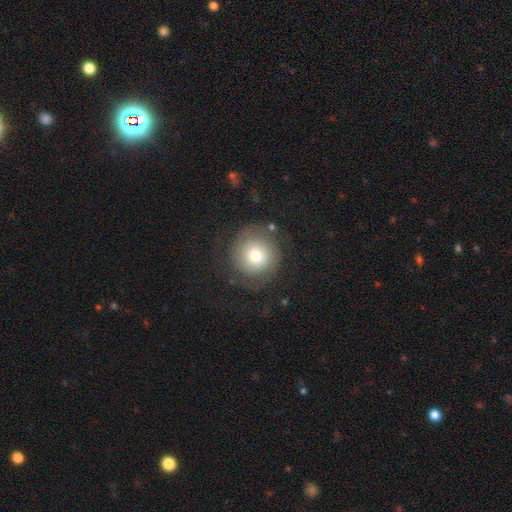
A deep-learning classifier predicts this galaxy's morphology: This appears to be a smooth galaxy with no disk features (59%) that is round (93%). Merging: none (71%).